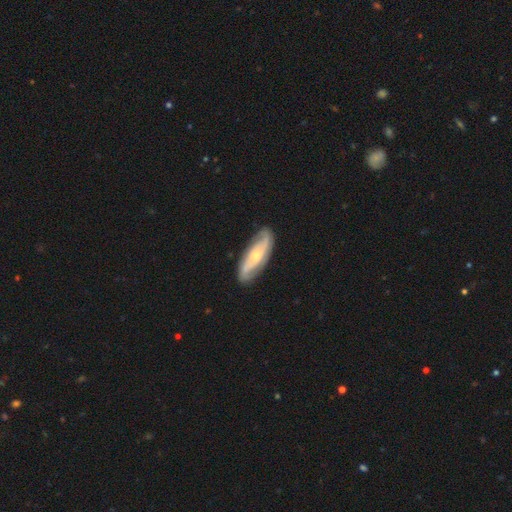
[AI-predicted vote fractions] Morphology: type=featured or disk (75%); edge-on=no (88%); bar=no (59%); spiral arms=yes (92%); winding=medium (42%); arm count=2 (73%); bulge=small (57%); merging=none (81%).